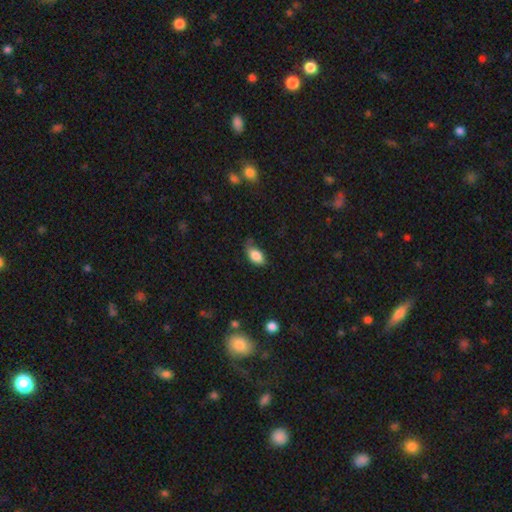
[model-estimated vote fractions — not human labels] Smooth or featured? Predicted: smooth (p=0.85). How rounded? Predicted: in between (p=0.92). Merging? Predicted: none (p=0.51).